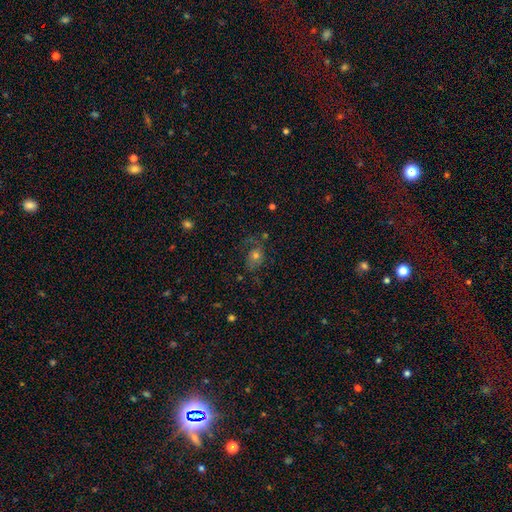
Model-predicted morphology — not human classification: smooth-or-featured: featured or disk: 40% | smooth: 39% | star or artifact: 21%
  merging: none: 58% | major disturbance: 20% | minor disturbance: 19% | merger: 3%